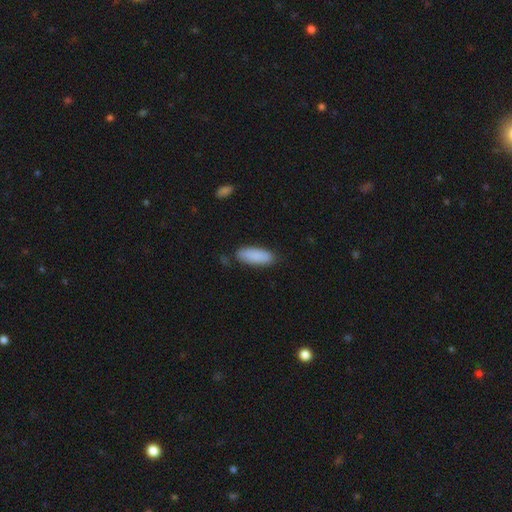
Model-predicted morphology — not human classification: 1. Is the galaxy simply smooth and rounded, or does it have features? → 89% smooth, 6% featured or disk, 6% star or artifact.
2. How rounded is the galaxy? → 69% in between, 30% cigar-shaped, 2% round.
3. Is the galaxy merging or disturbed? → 82% none, 14% minor disturbance, 2% major disturbance, 2% merger.